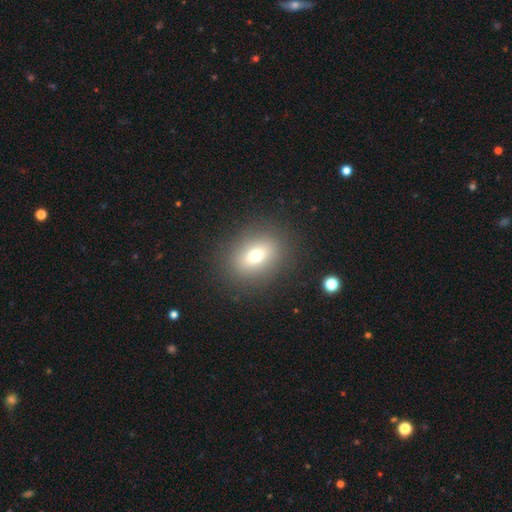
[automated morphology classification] Overall: smooth (69%). How rounded: in between (51%; round 47%). Merging: none (87%).